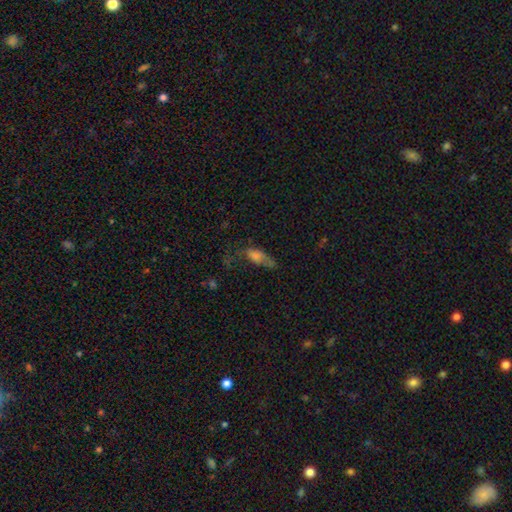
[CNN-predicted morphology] Smooth or featured: smooth — 64% (featured or disk — 22%)
How rounded: in between — 71% (cigar-shaped — 24%)
Merging: major disturbance — 37% (none — 31%)